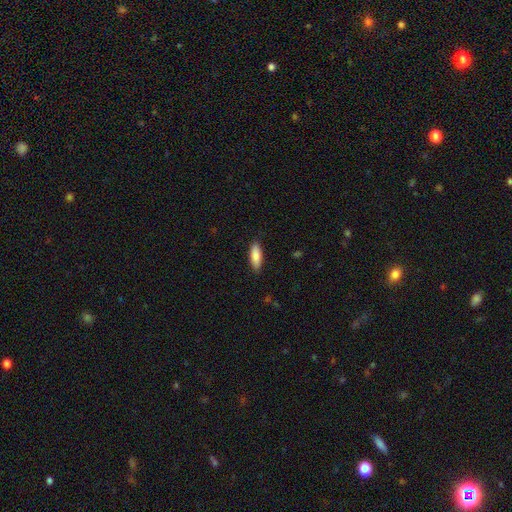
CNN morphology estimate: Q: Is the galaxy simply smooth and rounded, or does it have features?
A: smooth — 85%.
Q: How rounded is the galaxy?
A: in between — 60%.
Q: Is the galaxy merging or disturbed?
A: none — 87%.